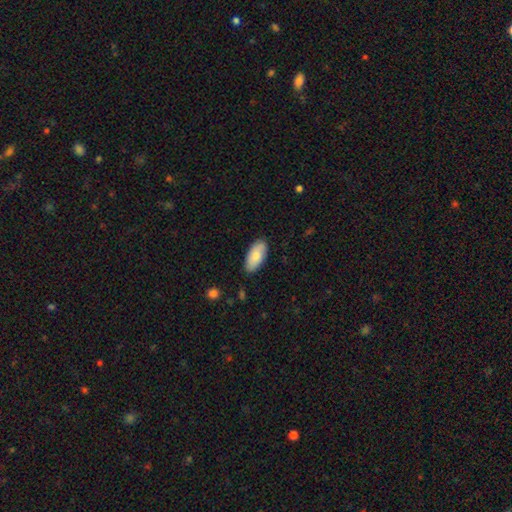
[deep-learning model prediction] Overall: smooth (79%). How rounded: in between (93%). Merging: none (85%).